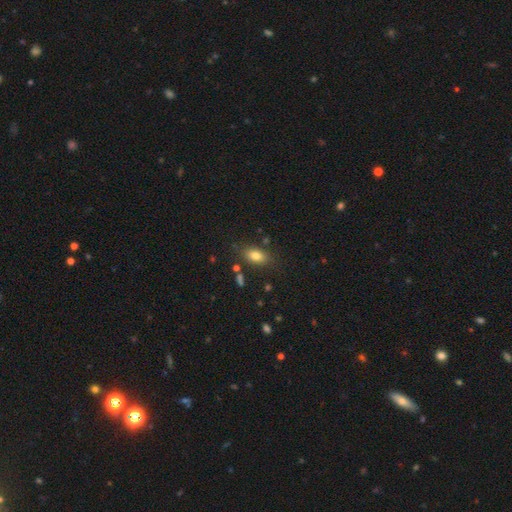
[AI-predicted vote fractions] A smooth galaxy with no disk features (81%) that is in between round and cigar-shaped (86%). Merging: none (79%).